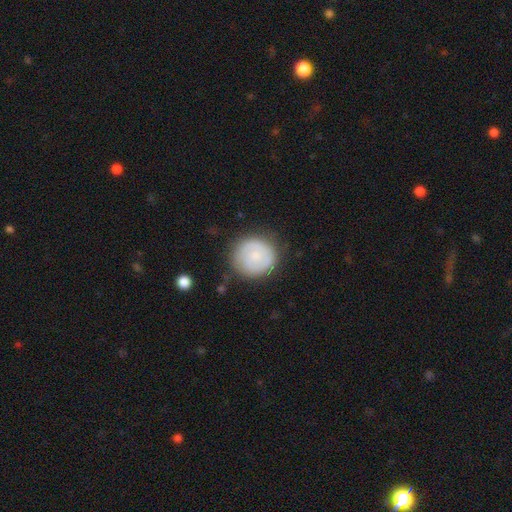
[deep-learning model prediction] This is possibly a smooth galaxy (56%). How rounded: clearly round (89%). Merging: likely none (77%).